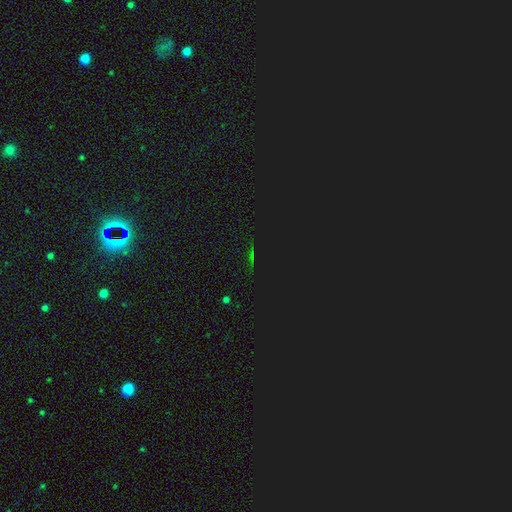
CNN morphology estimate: Q: Smooth or featured?
A: star or artifact (75%); runner-up: smooth (14%)